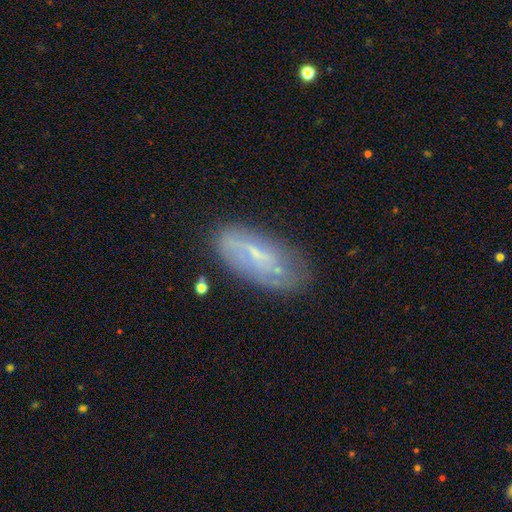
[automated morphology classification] Smooth or featured? Predicted: featured or disk (p=0.51). Edge-on disk? Predicted: no (p=0.86). Merging? Predicted: none (p=0.67).